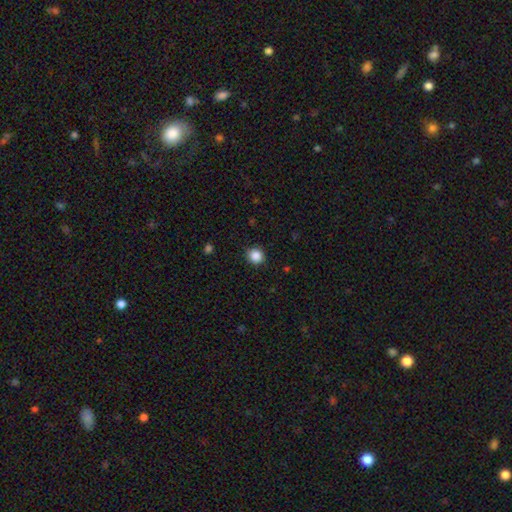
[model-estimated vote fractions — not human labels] Q: Smooth or featured?
A: smooth (87%); runner-up: star or artifact (10%)
Q: How rounded?
A: round (91%); runner-up: in between (8%)
Q: Merging?
A: none (90%); runner-up: minor disturbance (7%)